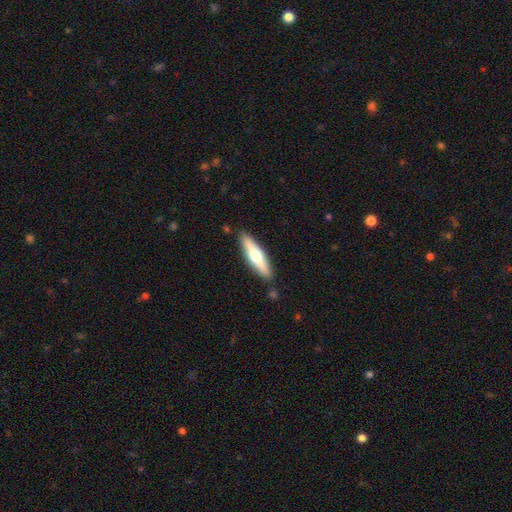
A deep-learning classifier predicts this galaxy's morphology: Smooth or featured?
  - featured or disk: 48% *
  - smooth: 47%
  - star or artifact: 5%
Merging?
  - none: 87% *
  - minor disturbance: 9%
  - merger: 2%
  - major disturbance: 2%